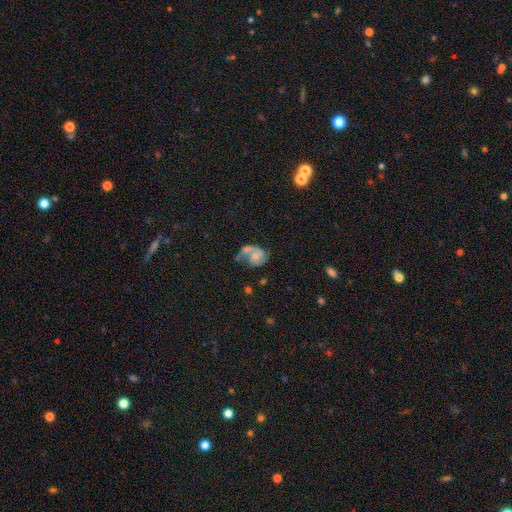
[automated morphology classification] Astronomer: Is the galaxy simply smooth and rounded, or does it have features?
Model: featured or disk — 74%.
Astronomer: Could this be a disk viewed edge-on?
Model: no — 98%.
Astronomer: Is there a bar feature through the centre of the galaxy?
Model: no — 74%.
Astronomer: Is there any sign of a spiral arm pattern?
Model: yes — 90%.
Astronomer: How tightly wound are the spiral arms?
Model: medium — 44% (runner-up: loose, 30%).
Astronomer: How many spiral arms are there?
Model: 2 — 51% (runner-up: 1, 37%).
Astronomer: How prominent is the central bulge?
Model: small — 42% (runner-up: moderate, 37%).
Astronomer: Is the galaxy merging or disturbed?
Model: none — 35% (runner-up: major disturbance, 28%).